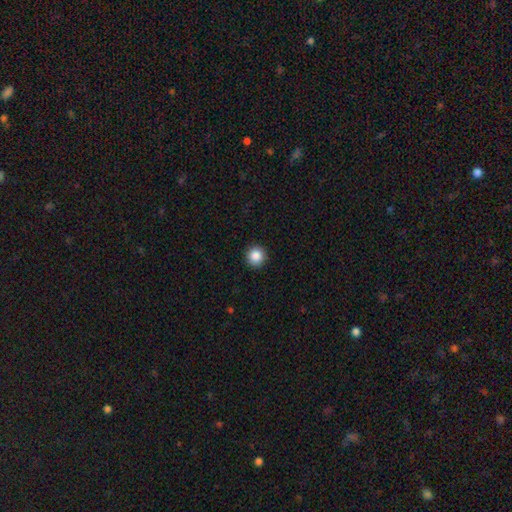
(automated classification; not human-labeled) smooth 87%, star or artifact 9%, featured or disk 4%. Down the decision tree: how rounded — round (95%); merging — none (92%).